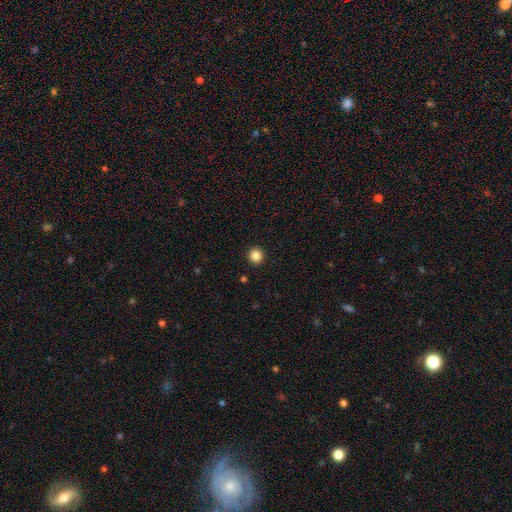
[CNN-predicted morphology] Q: Smooth or featured?
A: smooth (86%); runner-up: star or artifact (11%)
Q: How rounded?
A: round (94%); runner-up: in between (5%)
Q: Merging?
A: none (93%); runner-up: minor disturbance (4%)